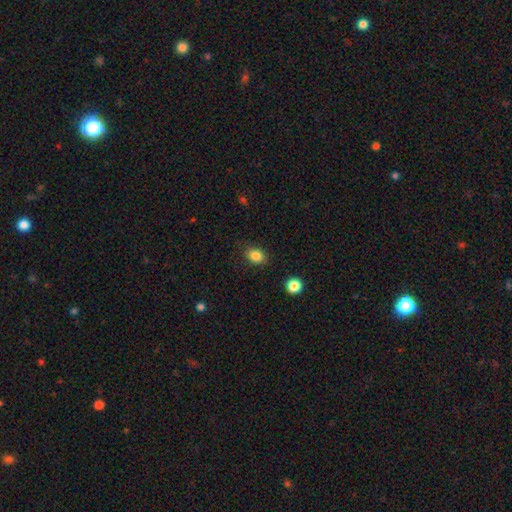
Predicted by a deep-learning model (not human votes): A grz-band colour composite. It shows a smooth galaxy with no disk features (84%) that is in between round and cigar-shaped (68%). Merging: none (84%).